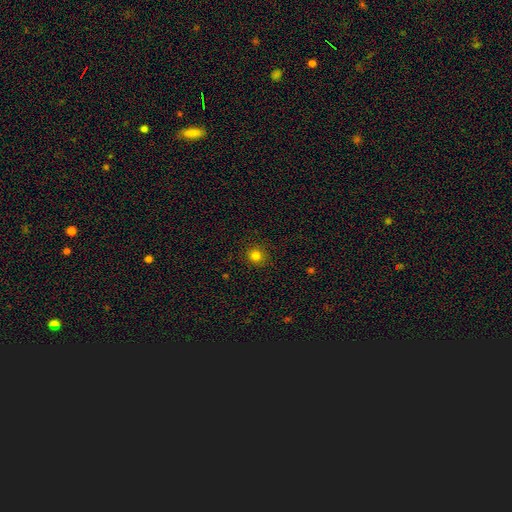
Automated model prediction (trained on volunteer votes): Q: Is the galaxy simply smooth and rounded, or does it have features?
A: smooth — 80%.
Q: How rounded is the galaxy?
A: round — 90%.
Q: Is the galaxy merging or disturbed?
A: none — 90%.